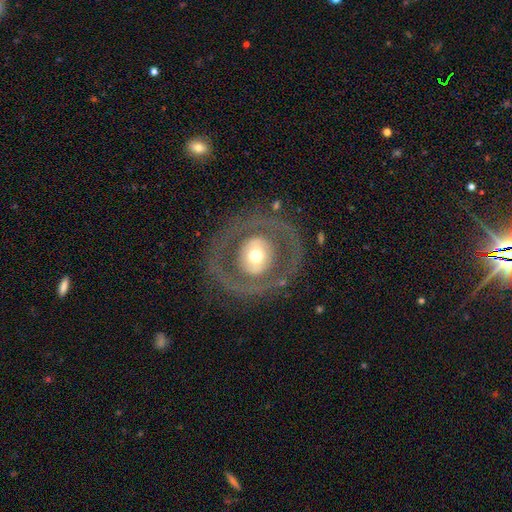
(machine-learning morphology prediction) This appears to be a featured or disk galaxy (60%) with no bar (78%), no spiral arms (83%) and a moderate central bulge (61%). Merging: none (78%).